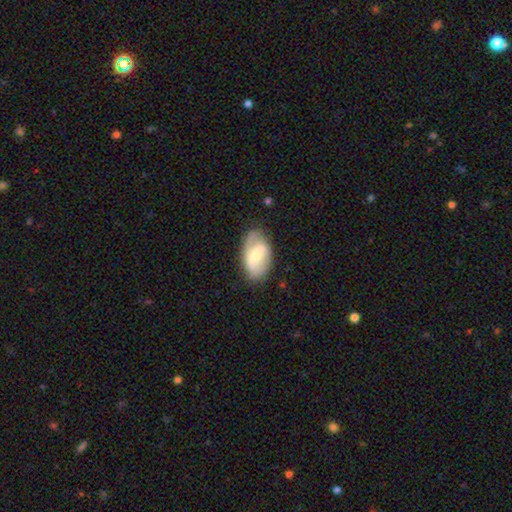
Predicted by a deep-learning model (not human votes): Overall: featured or disk (56%; smooth 37%). Edge-on disk: no (94%). Bar: weak (47%; strong 32%). Spiral arms: yes (71%). Bulge size: small (53%; moderate 37%). Merging: none (71%).